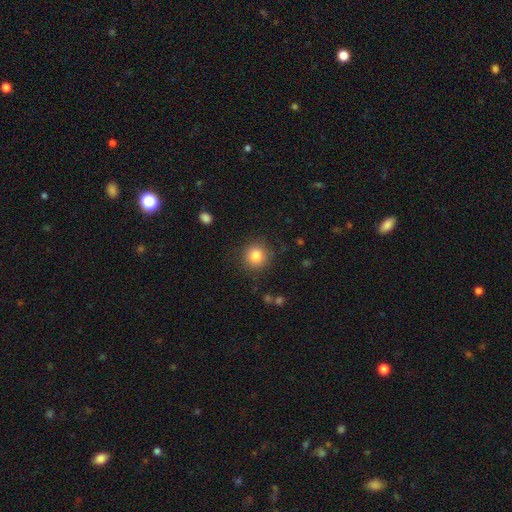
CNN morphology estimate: smooth-or-featured: smooth: 83% | star or artifact: 11% | featured or disk: 7%
  how-rounded: round: 92% | in between: 7% | cigar-shaped: 1%
  merging: none: 88% | minor disturbance: 8% | major disturbance: 3% | merger: 1%